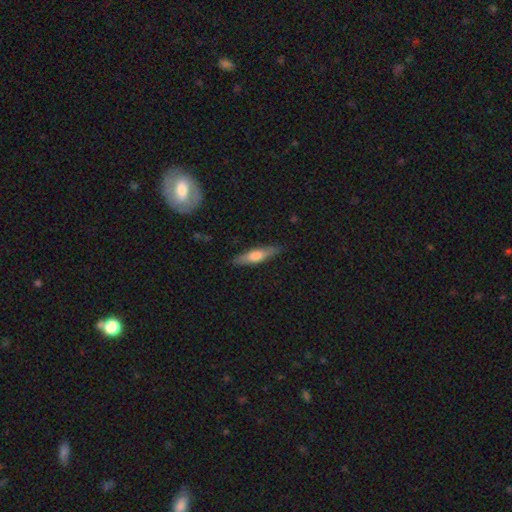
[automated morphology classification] smooth-or-featured: smooth: 54% | featured or disk: 40% | star or artifact: 6%
  how-rounded: cigar-shaped: 77% | in between: 21% | round: 2%
  merging: none: 87% | minor disturbance: 10% | major disturbance: 2% | merger: 1%